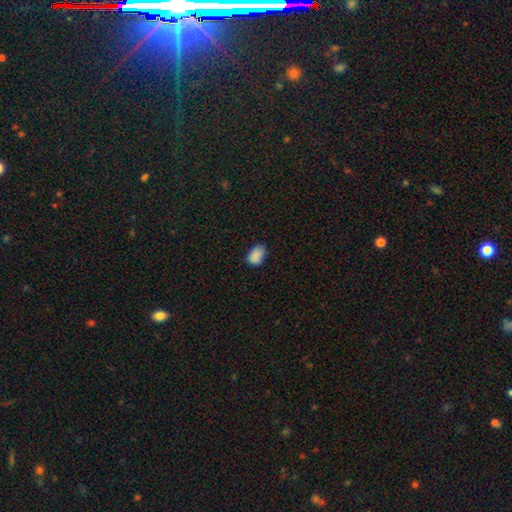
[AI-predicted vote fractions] A smooth galaxy with no disk features (87%) that is in between round and cigar-shaped (82%). Merging: none (66%).